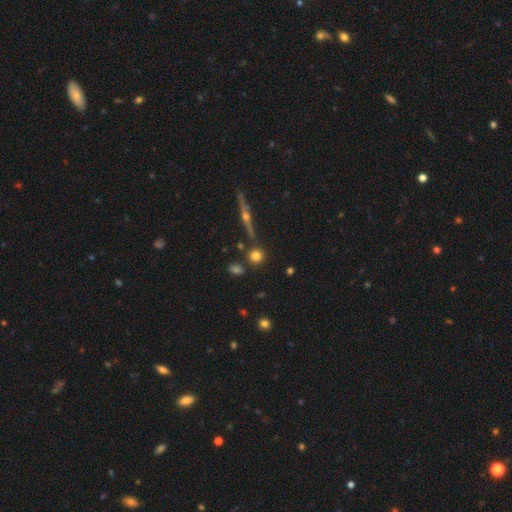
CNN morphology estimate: smooth 73%, featured or disk 15%, star or artifact 12%. Down the decision tree: how rounded — round (89%); merging — none (81%).